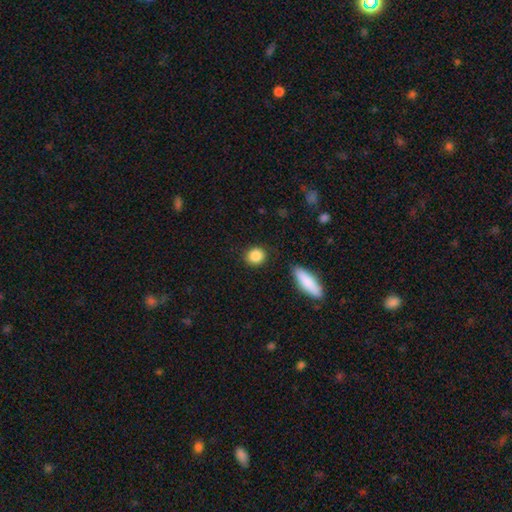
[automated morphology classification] This is clearly a smooth galaxy (88%). How rounded: likely round (75%). Merging: clearly none (85%).